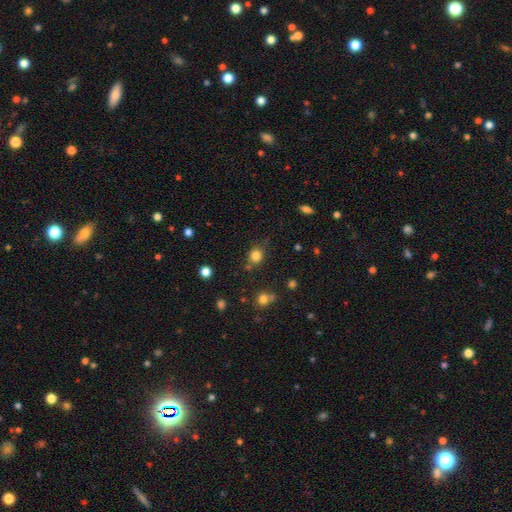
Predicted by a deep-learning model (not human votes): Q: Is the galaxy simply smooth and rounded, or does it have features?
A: smooth — 81%.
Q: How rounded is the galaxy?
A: round — 72%.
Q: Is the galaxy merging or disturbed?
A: none — 74%.